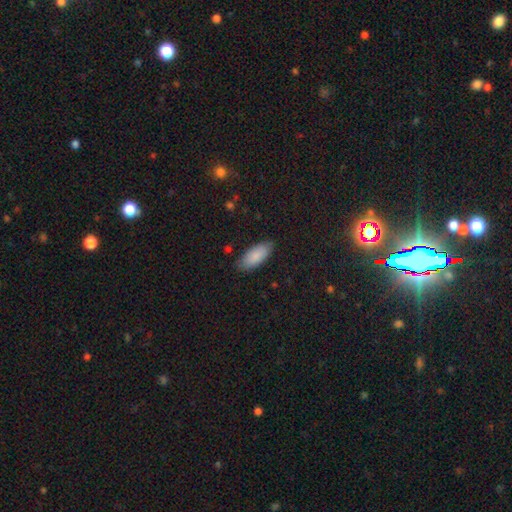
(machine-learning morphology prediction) smooth-or-featured: smooth: 87% | featured or disk: 7% | star or artifact: 6%
  how-rounded: in between: 85% | cigar-shaped: 13% | round: 2%
  merging: none: 84% | minor disturbance: 13% | major disturbance: 2% | merger: 1%